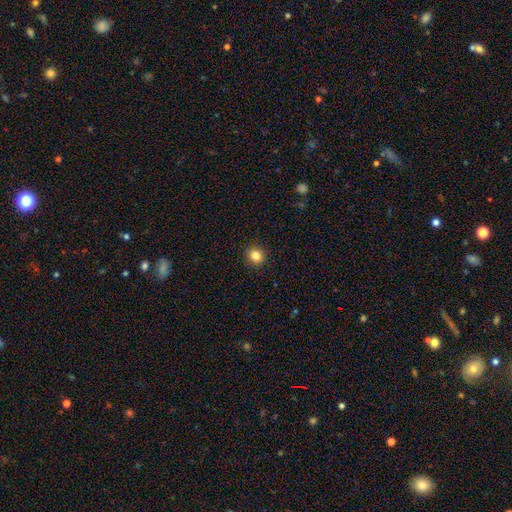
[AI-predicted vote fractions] smooth-or-featured: smooth: 84% | star or artifact: 11% | featured or disk: 5%
  how-rounded: round: 83% | in between: 16% | cigar-shaped: 1%
  merging: none: 92% | minor disturbance: 6% | major disturbance: 2% | merger: 1%